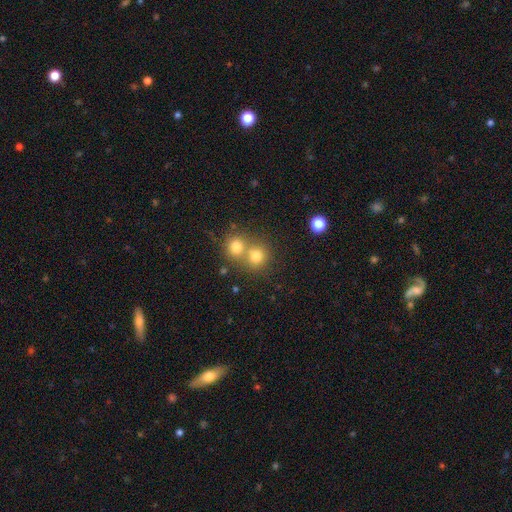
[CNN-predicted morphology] type=smooth (76%); roundness=round (84%); merging=merger (48%).